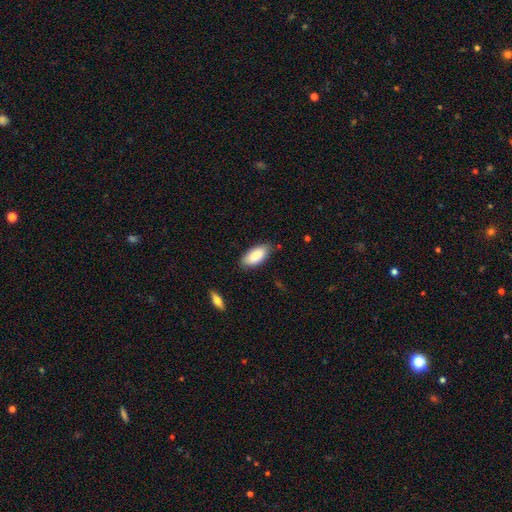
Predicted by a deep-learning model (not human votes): smooth_or_featured: smooth (p=0.86) [alt: featured or disk p=0.08]
how_rounded: in between (p=0.92) [alt: cigar-shaped p=0.07]
merging: none (p=0.78) [alt: minor disturbance p=0.17]